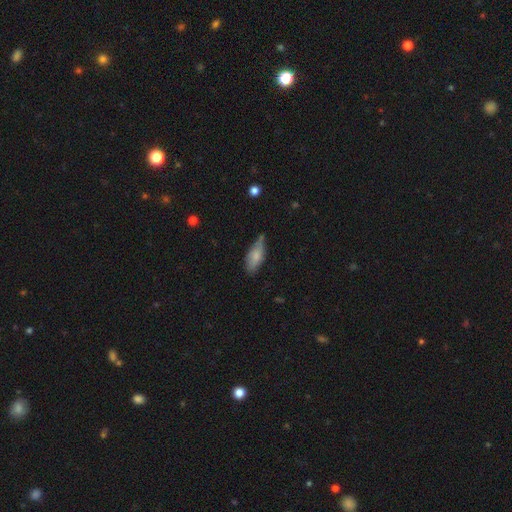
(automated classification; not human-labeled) Q: Smooth or featured?
A: smooth (72%); runner-up: featured or disk (21%)
Q: How rounded?
A: in between (77%); runner-up: cigar-shaped (20%)
Q: Merging?
A: none (50%); runner-up: minor disturbance (38%)